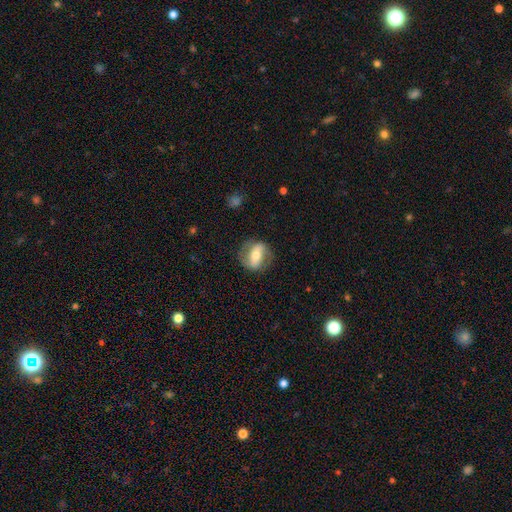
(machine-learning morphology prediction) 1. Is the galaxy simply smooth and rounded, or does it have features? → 65% featured or disk, 29% smooth, 6% star or artifact.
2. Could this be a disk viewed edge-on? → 92% no, 8% yes.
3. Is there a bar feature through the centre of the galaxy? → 53% strong, 28% weak, 19% no.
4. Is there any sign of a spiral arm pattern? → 73% yes, 27% no.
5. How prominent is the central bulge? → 63% moderate, 26% small, 9% large, 2% dominant, 1% none.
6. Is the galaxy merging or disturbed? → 79% none, 14% minor disturbance, 6% major disturbance, 1% merger.